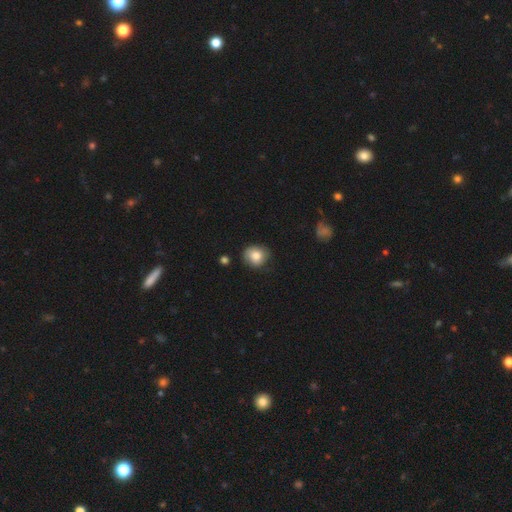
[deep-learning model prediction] smooth-or-featured: smooth: 83% | featured or disk: 9% | star or artifact: 8%
  how-rounded: round: 73% | in between: 26% | cigar-shaped: 1%
  merging: none: 71% | minor disturbance: 22% | major disturbance: 5% | merger: 2%